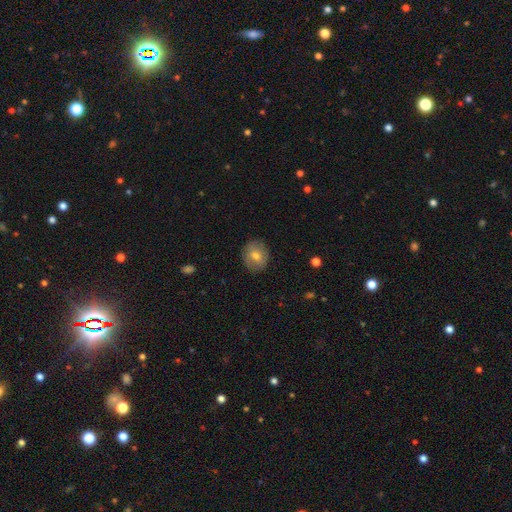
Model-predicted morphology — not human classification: Smooth or featured: smooth — 67% (featured or disk — 25%)
How rounded: round — 66% (in between — 33%)
Merging: none — 85% (minor disturbance — 11%)